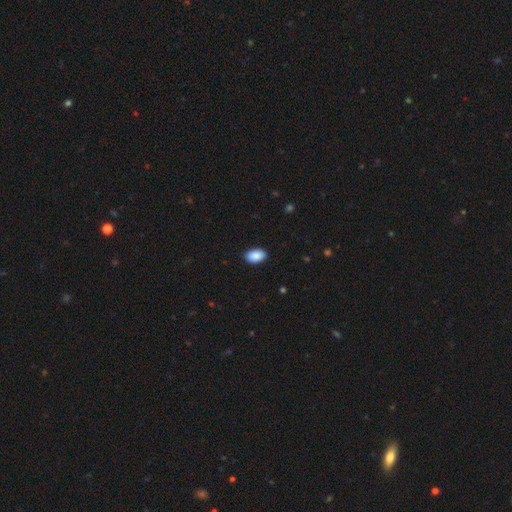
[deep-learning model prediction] This is clearly a smooth galaxy (90%). How rounded: clearly in between (93%). Merging: clearly none (90%).